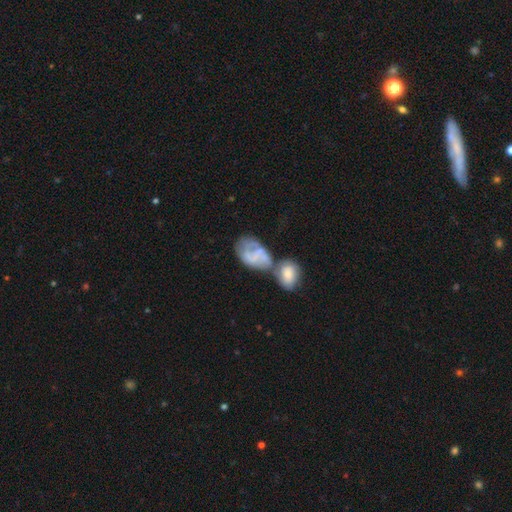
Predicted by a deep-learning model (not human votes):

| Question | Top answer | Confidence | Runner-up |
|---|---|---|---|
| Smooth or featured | featured or disk | 51% | smooth (41%) |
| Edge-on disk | no | 96% | yes (4%) |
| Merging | merger | 54% | none (18%) |